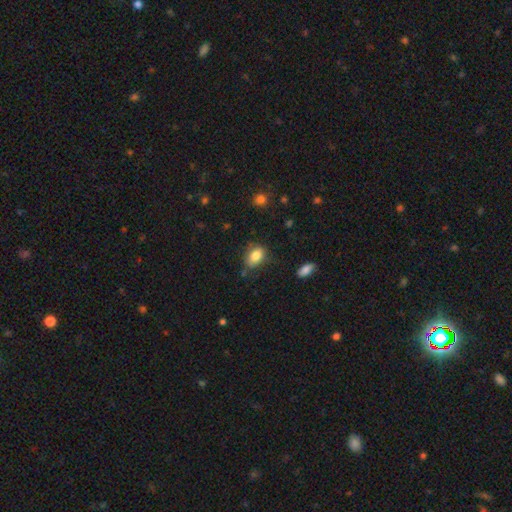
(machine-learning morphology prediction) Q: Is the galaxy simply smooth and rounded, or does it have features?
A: smooth — 83%.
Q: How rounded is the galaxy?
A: in between — 80%.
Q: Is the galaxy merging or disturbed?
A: none — 67%.